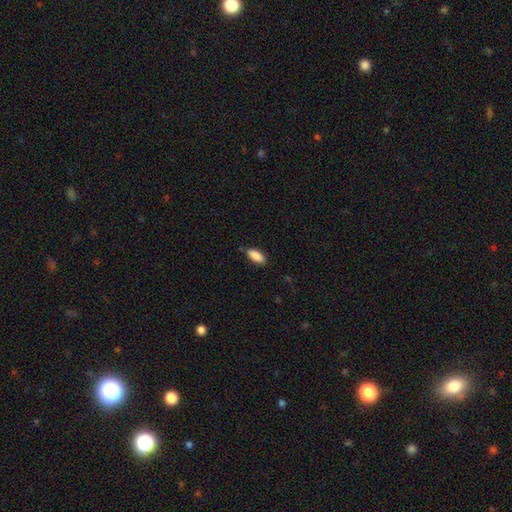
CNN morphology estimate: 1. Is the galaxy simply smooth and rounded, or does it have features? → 89% smooth, 7% star or artifact, 4% featured or disk.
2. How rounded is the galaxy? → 85% in between, 13% cigar-shaped, 2% round.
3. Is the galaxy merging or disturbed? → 79% none, 16% minor disturbance, 3% major disturbance, 2% merger.